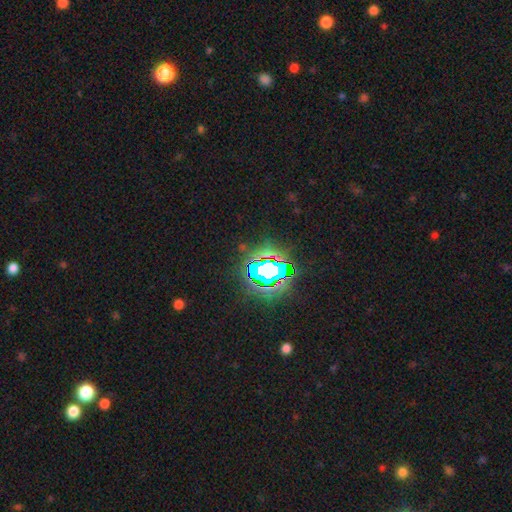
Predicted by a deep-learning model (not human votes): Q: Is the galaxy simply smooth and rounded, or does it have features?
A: star or artifact — 84%.